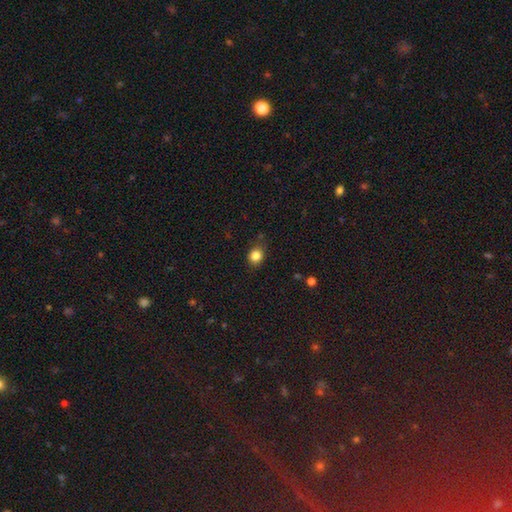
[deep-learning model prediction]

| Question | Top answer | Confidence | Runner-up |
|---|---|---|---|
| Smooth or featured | smooth | 83% | star or artifact (12%) |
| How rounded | round | 70% | in between (28%) |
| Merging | none | 78% | minor disturbance (17%) |